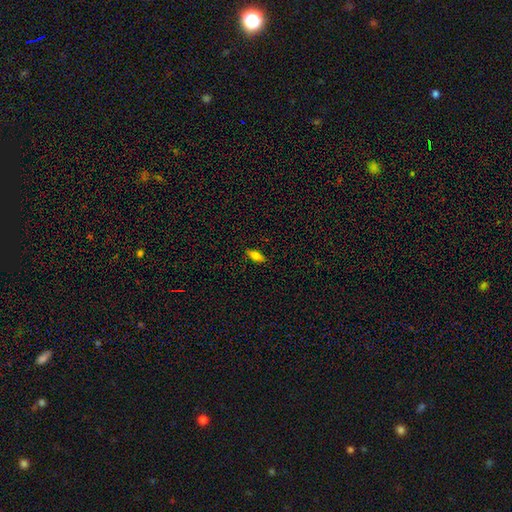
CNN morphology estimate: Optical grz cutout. It shows a smooth galaxy with no disk features (74%) that is in between round and cigar-shaped (75%). Merging: none (87%).